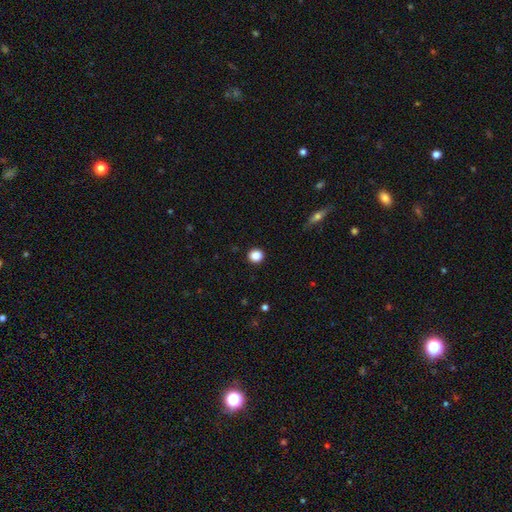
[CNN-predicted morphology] Smooth or featured? Predicted: smooth (p=0.87). How rounded? Predicted: round (p=0.85). Merging? Predicted: none (p=0.92).